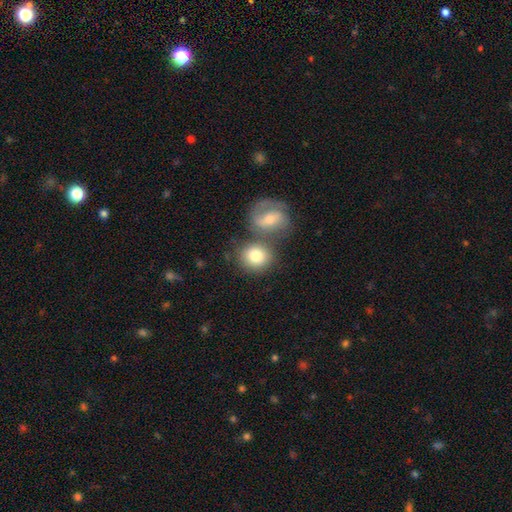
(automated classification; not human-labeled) smooth 79%, featured or disk 15%, star or artifact 7%. Down the decision tree: how rounded — round (77%); merging — none (51%).